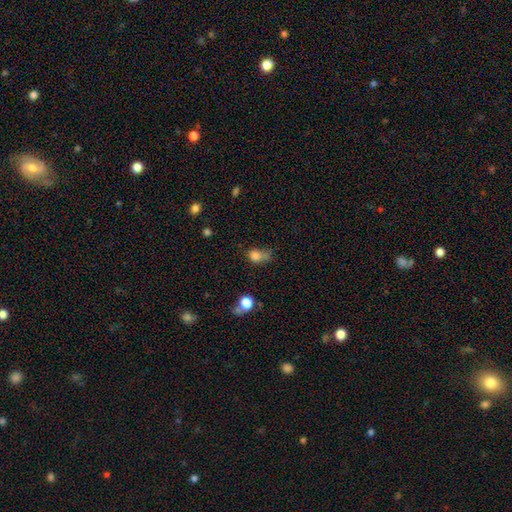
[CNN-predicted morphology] The model was most divided on "how rounded": round: 50%, in between: 48%, cigar-shaped: 2%. Remaining: smooth or featured — smooth (75%); merging — none (31%).